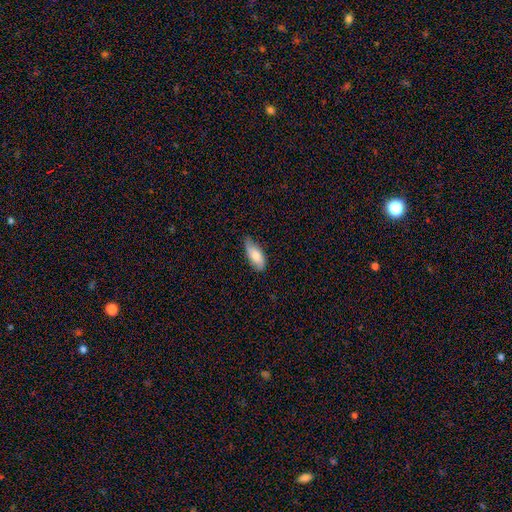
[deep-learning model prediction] Smooth or featured? smooth (75%)
How rounded? in between (84%)
Merging? none (64%)